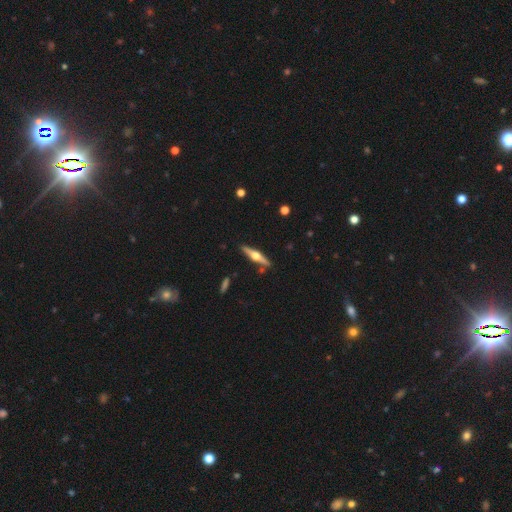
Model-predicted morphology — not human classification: smooth-or-featured: featured or disk: 74% | smooth: 21% | star or artifact: 5%
  disk-edge-on: yes: 97% | no: 3%
    edge-on-bulge: rounded: 96% | boxy: 3% | none: 2%
  merging: none: 87% | minor disturbance: 8% | merger: 3% | major disturbance: 2%